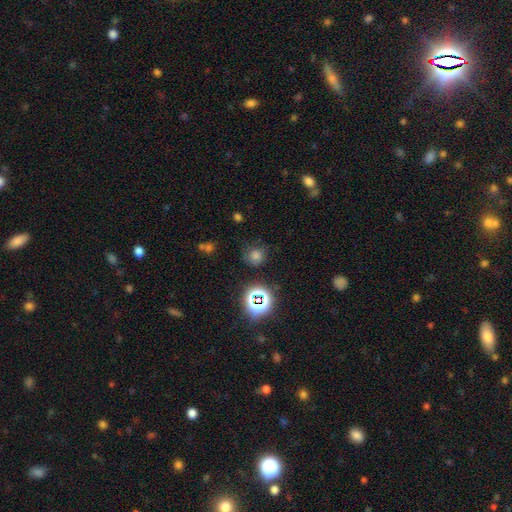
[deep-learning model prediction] Morphology: type=smooth (57%); roundness=round (86%); merging=none (78%).